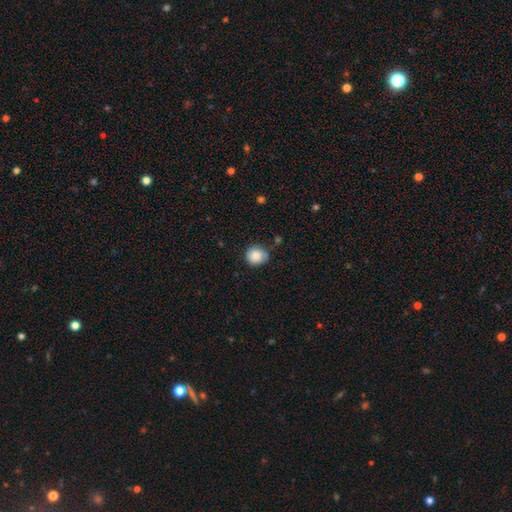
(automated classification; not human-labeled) Smooth or featured?
  - smooth: 86% *
  - star or artifact: 8%
  - featured or disk: 6%
How rounded?
  - round: 84% *
  - in between: 15%
  - cigar-shaped: 1%
Merging?
  - none: 69% *
  - minor disturbance: 24%
  - major disturbance: 4%
  - merger: 3%